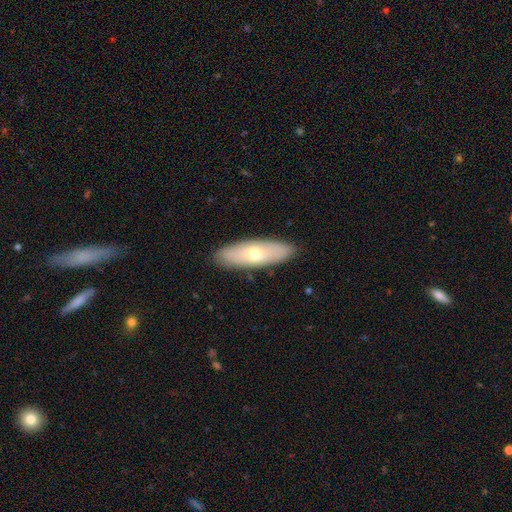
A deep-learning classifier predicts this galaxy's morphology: type=smooth (57%); roundness=in between (51%); merging=none (89%).